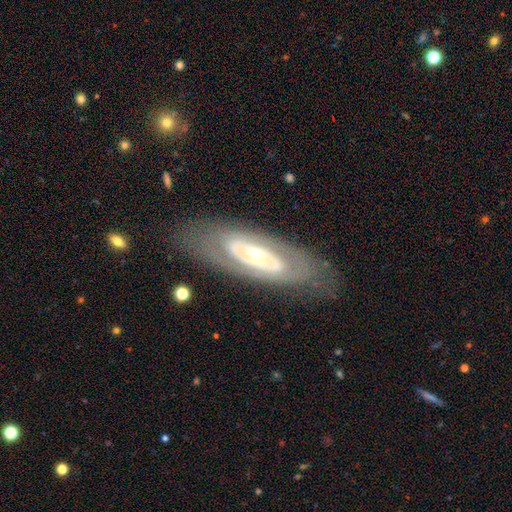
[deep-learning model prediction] The model was most divided on "bulge size": moderate: 50%, small: 44%, large: 4%, dominant: 1%, none: 1%. More confident: edge-on disk — no (84%); merging — none (79%); smooth or featured — featured or disk (74%); bar — no (68%); spiral arms — no (66%).